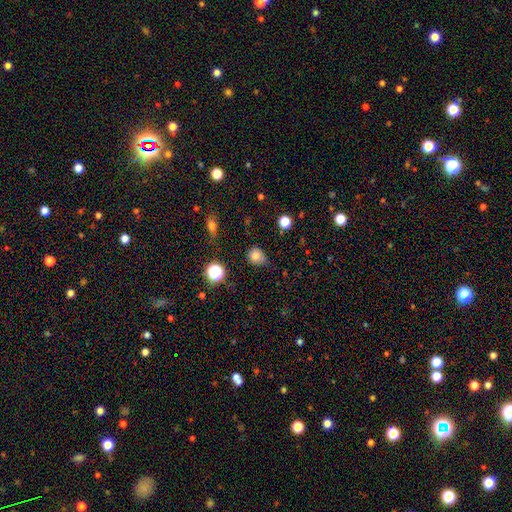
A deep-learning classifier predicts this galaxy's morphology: Smooth or featured?
  - smooth: 80% *
  - star or artifact: 14%
  - featured or disk: 6%
How rounded?
  - round: 70% *
  - in between: 29%
  - cigar-shaped: 1%
Merging?
  - none: 63% *
  - minor disturbance: 29%
  - major disturbance: 6%
  - merger: 2%